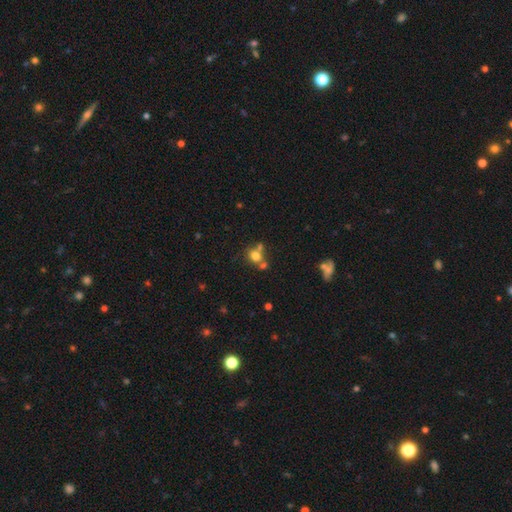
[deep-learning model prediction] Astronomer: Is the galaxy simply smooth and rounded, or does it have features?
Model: smooth — 72%.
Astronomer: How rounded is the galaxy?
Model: round — 78%.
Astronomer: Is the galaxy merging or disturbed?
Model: none — 50% (runner-up: merger, 35%).